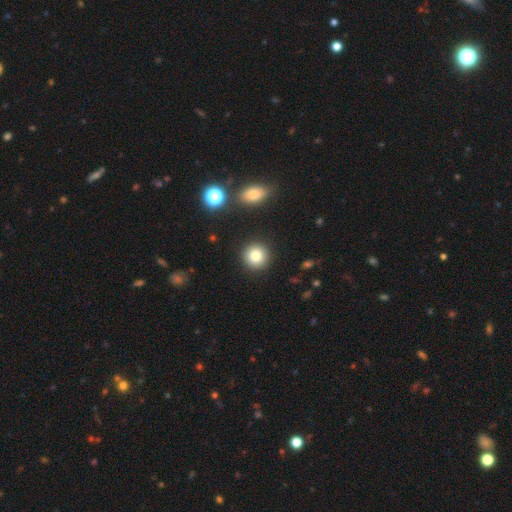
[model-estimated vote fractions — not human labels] A smooth galaxy with no disk features (82%) that is round (93%).

Vote fractions:
- Smooth or featured? smooth: 82% / star or artifact: 10% / featured or disk: 8%
- How rounded? round: 93% / in between: 6% / cigar-shaped: 1%
- Merging? none: 90% / minor disturbance: 6% / major disturbance: 2% / merger: 2%